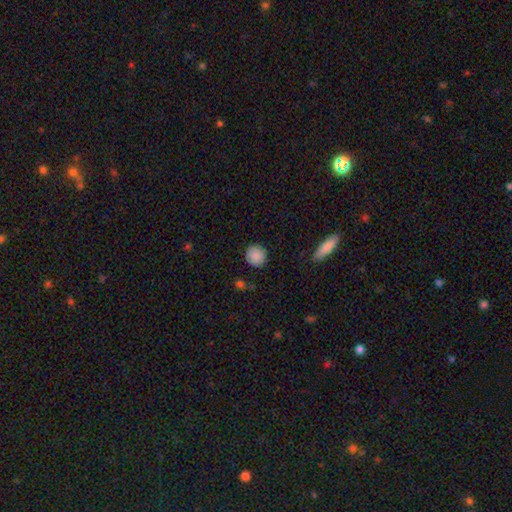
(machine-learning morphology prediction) type=smooth (88%); roundness=round (91%); merging=none (88%).